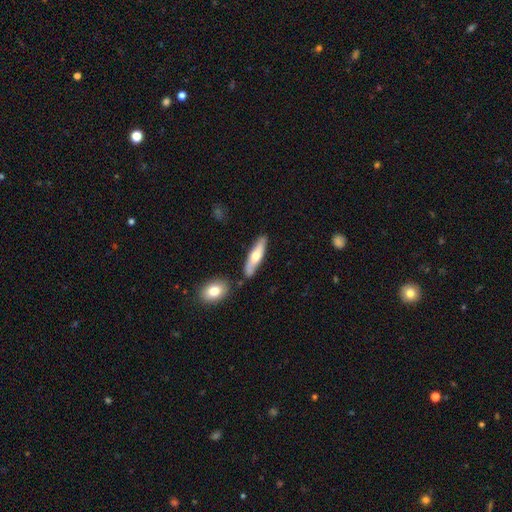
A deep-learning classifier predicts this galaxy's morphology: Smooth or featured? smooth (53%)
How rounded? cigar-shaped (71%)
Merging? none (80%)